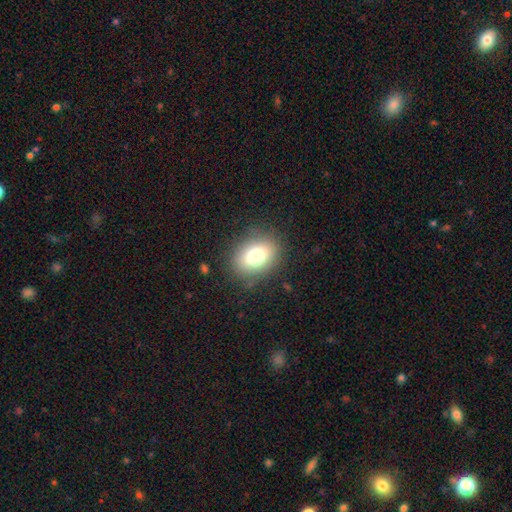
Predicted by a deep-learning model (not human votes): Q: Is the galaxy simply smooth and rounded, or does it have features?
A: smooth — 77%.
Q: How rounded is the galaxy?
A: in between — 64%.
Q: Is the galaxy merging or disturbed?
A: none — 84%.